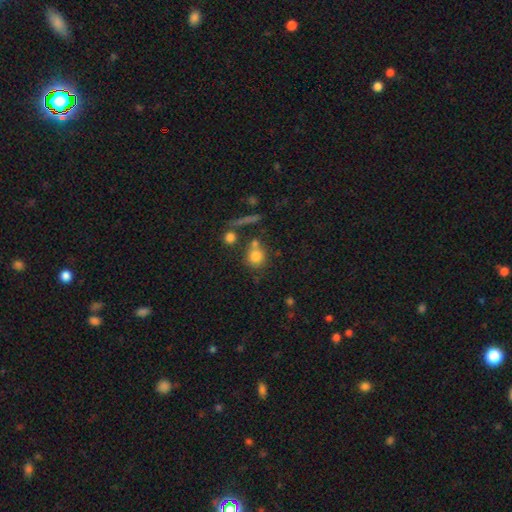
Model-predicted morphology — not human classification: This appears to be a smooth galaxy with no disk features (78%) that is round (84%). Merging: none (60%).